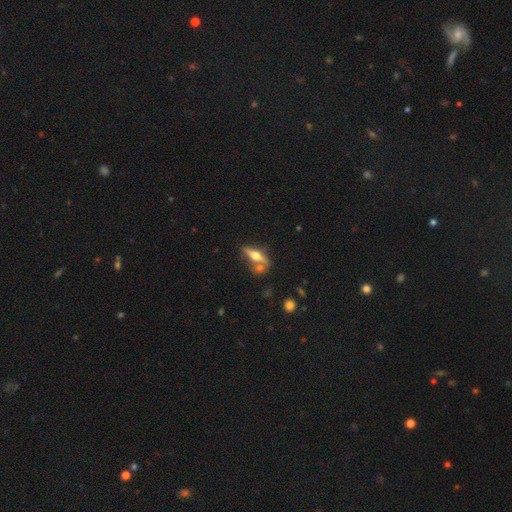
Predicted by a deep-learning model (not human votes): Smooth or featured: featured or disk — 64% (smooth — 29%)
Edge-on disk: yes — 92% (no — 8%)
Edge-on bulge: rounded — 95% (boxy — 3%)
Merging: none — 65% (merger — 19%)